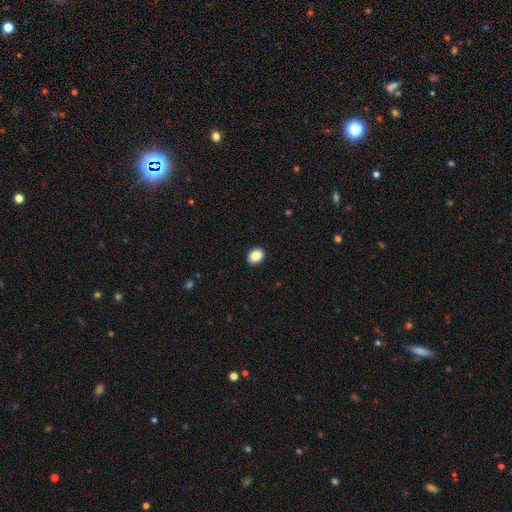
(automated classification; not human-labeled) smooth-or-featured: smooth: 87% | star or artifact: 9% | featured or disk: 4%
  how-rounded: in between: 50% | round: 49% | cigar-shaped: 1%
  merging: none: 92% | minor disturbance: 5% | major disturbance: 1% | merger: 1%